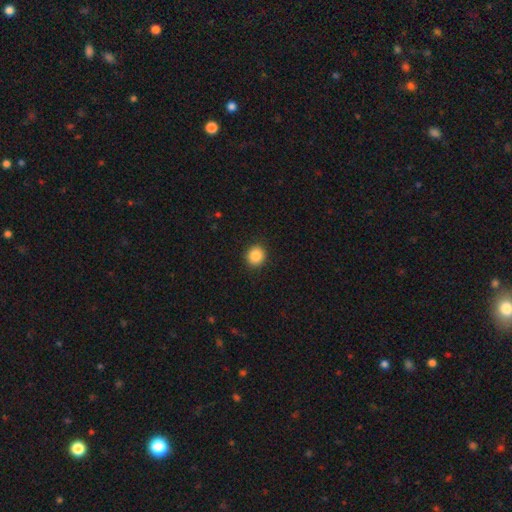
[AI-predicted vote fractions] Q: Smooth or featured?
A: smooth (87%); runner-up: star or artifact (9%)
Q: How rounded?
A: round (86%); runner-up: in between (13%)
Q: Merging?
A: none (92%); runner-up: minor disturbance (5%)